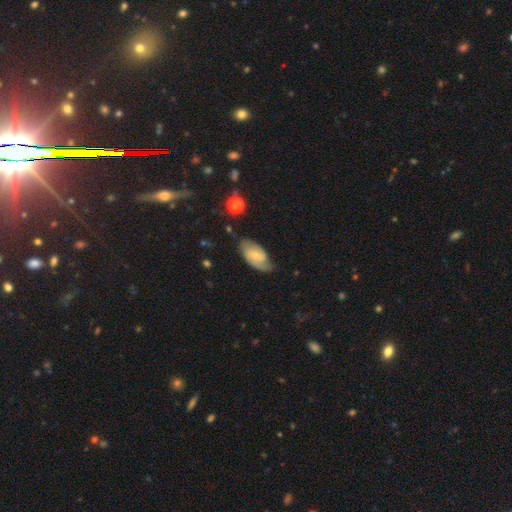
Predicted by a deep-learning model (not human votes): The model was most divided on "bar": no: 48%, weak: 42%, strong: 9%. More confident: edge-on disk — no (93%); spiral arms — yes (84%); merging — none (67%); smooth or featured — featured or disk (59%); bulge size — small (55%).